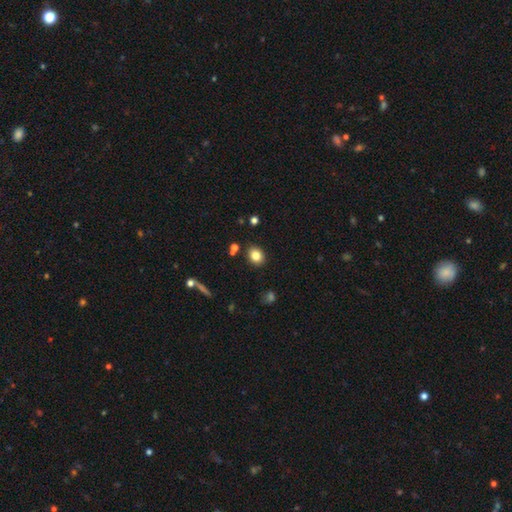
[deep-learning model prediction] Smooth or featured? Predicted: smooth (p=0.82). How rounded? Predicted: in between (p=0.51). Merging? Predicted: none (p=0.86).